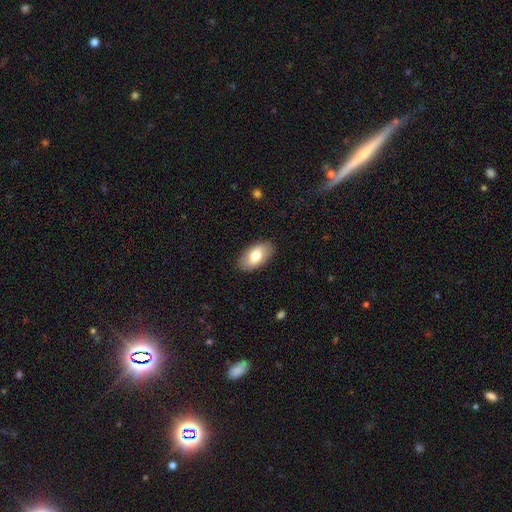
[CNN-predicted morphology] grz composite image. It shows a smooth galaxy with no disk features (75%) that is in between round and cigar-shaped (94%). Merging: none (87%).